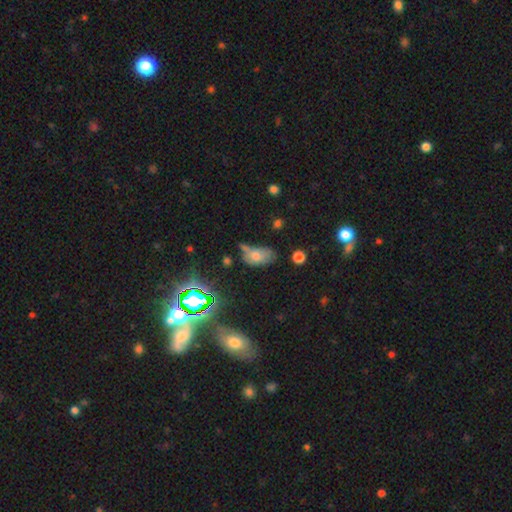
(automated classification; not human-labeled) Smooth or featured? Predicted: smooth (p=0.62). How rounded? Predicted: in between (p=0.89). Merging? Predicted: none (p=0.35).